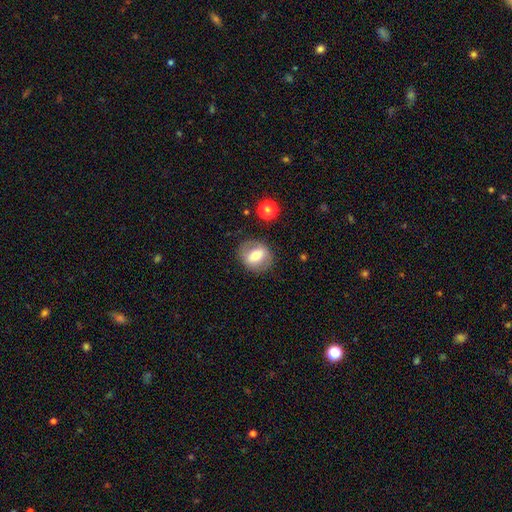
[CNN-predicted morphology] This is possibly a smooth galaxy (58%). How rounded: likely round (62%). Merging: clearly none (81%).